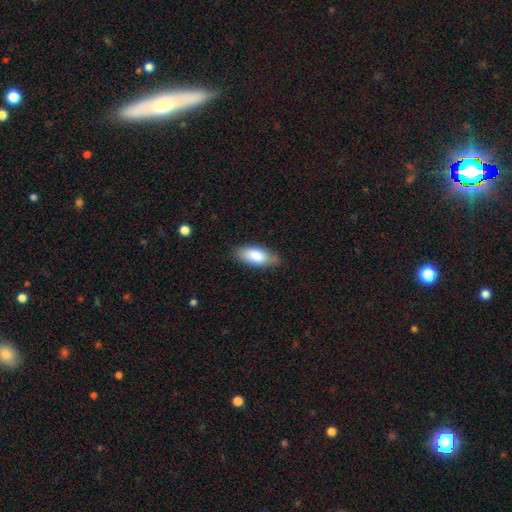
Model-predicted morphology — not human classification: Smooth or featured: smooth — 82% (featured or disk — 12%)
How rounded: in between — 85% (cigar-shaped — 13%)
Merging: none — 80% (minor disturbance — 16%)